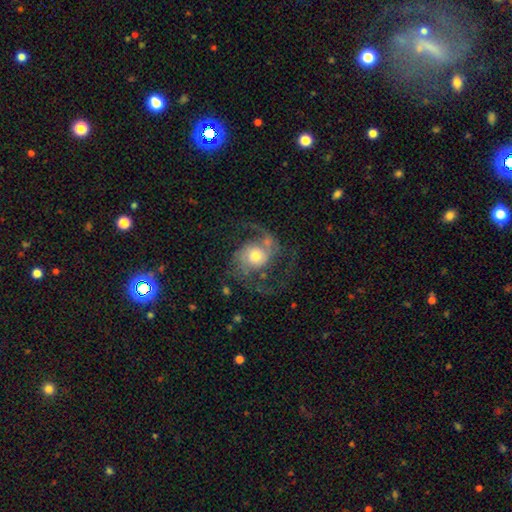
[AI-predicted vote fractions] Overall: featured or disk (83%). Edge-on disk: no (98%). Bar: no (68%). Spiral arms: yes (95%). Spiral arm count: 2 (82%). Spiral winding: medium (51%; loose 37%). Bulge size: moderate (58%; small 28%). Merging: none (64%).